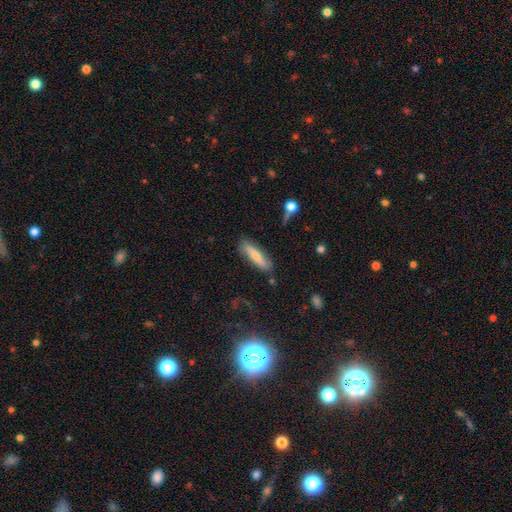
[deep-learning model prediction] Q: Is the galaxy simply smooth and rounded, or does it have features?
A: smooth — 66%.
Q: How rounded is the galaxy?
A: cigar-shaped — 68%.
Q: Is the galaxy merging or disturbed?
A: none — 80%.